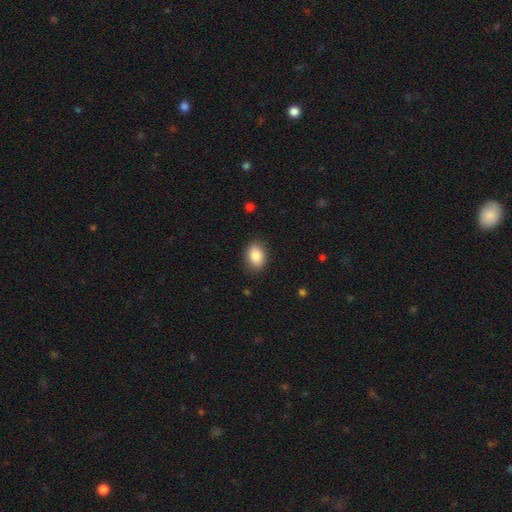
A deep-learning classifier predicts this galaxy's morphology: Smooth or featured? Predicted: smooth (p=0.86). How rounded? Predicted: in between (p=0.80). Merging? Predicted: none (p=0.87).